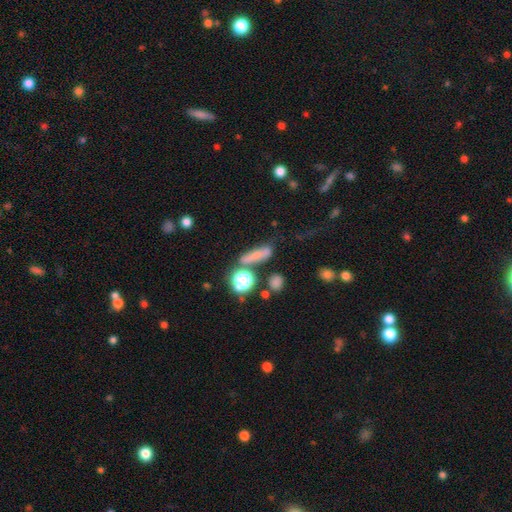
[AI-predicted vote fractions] A smooth galaxy with no disk features (63%) that is cigar-shaped (51%). Merging: none (55%).